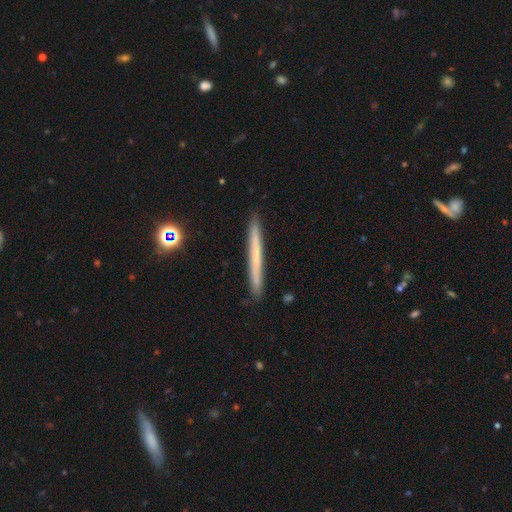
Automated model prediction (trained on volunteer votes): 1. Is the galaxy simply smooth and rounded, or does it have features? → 55% smooth, 38% featured or disk, 8% star or artifact.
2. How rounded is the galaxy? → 97% cigar-shaped, 2% in between, 1% round.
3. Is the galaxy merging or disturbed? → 91% none, 6% minor disturbance, 1% major disturbance, 1% merger.